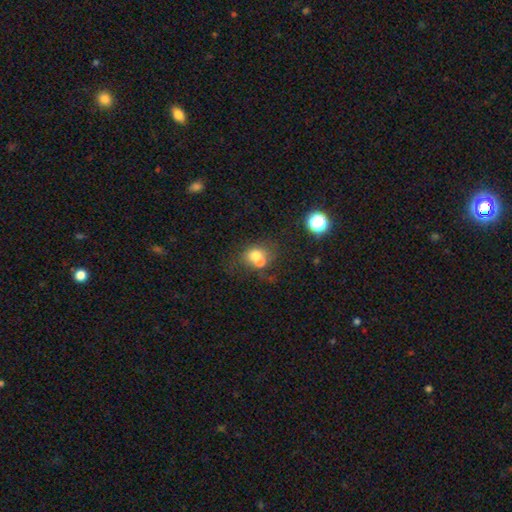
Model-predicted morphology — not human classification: smooth 66%, featured or disk 21%, star or artifact 13%. Down the decision tree: how rounded — round (66%); merging — merger (56%).